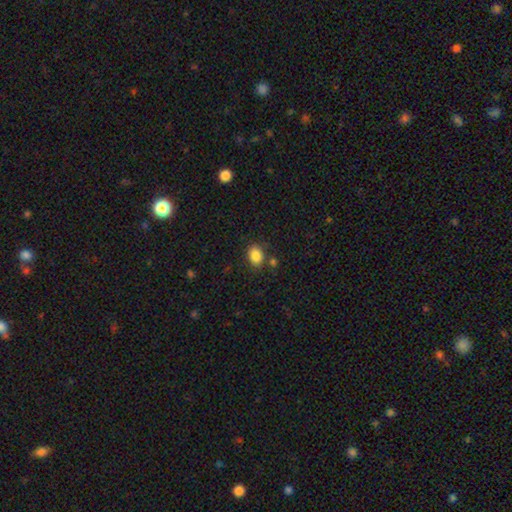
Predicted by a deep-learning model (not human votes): smooth 86%, star or artifact 9%, featured or disk 5%. Down the decision tree: how rounded — in between (71%); merging — none (77%).